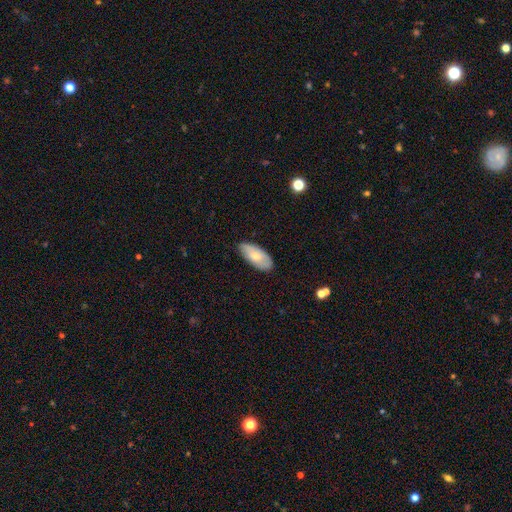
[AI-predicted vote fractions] smooth-or-featured: smooth: 67% | featured or disk: 27% | star or artifact: 6%
  how-rounded: in between: 91% | cigar-shaped: 6% | round: 2%
  merging: none: 79% | minor disturbance: 17% | major disturbance: 3% | merger: 1%